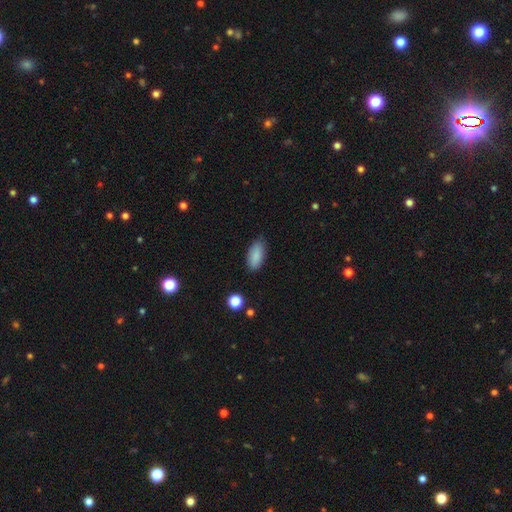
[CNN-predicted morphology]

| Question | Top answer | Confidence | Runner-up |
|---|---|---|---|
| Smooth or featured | smooth | 87% | star or artifact (7%) |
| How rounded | in between | 86% | cigar-shaped (11%) |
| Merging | none | 82% | minor disturbance (14%) |